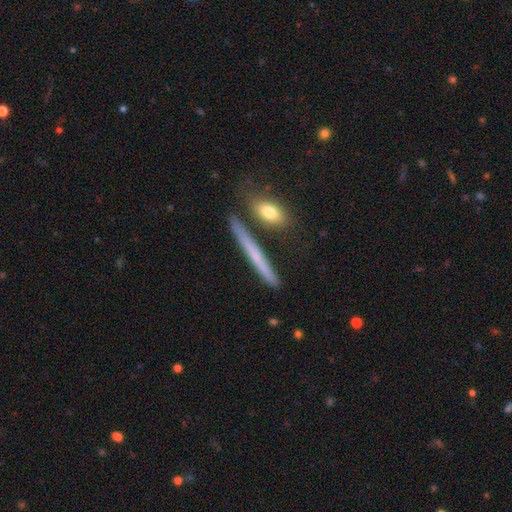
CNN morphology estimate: type=smooth (51%); roundness=cigar-shaped (93%); merging=none (79%).